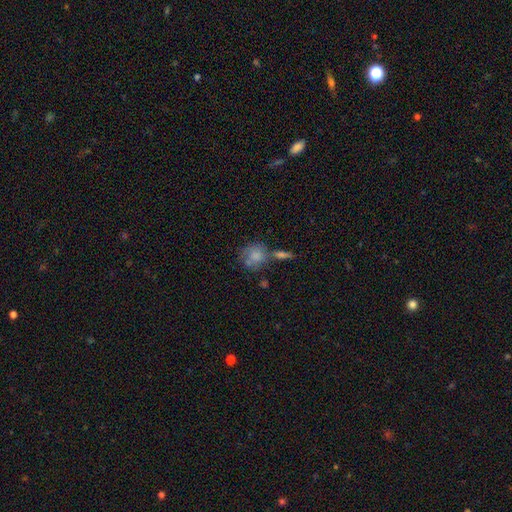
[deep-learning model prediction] Smooth or featured? smooth (76%)
How rounded? round (73%)
Merging? none (45%)